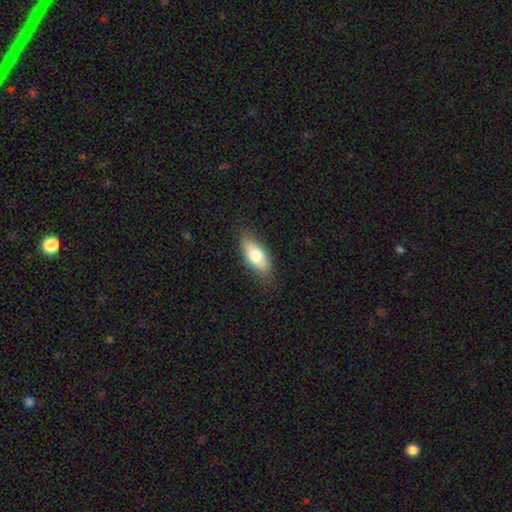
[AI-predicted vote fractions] Q: Smooth or featured?
A: smooth (73%); runner-up: featured or disk (21%)
Q: How rounded?
A: in between (85%); runner-up: cigar-shaped (11%)
Q: Merging?
A: none (81%); runner-up: minor disturbance (15%)